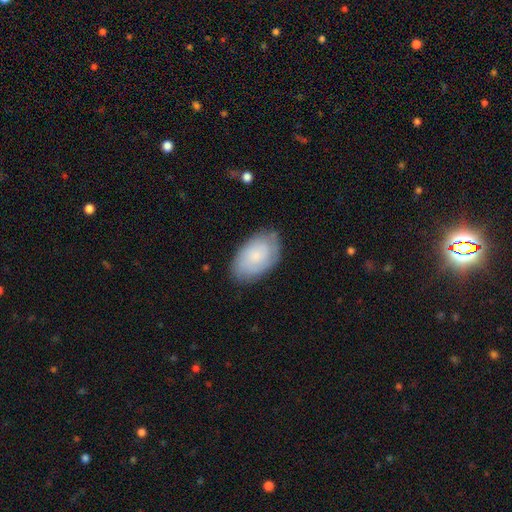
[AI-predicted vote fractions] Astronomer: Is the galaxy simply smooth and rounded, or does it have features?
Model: smooth — 64%.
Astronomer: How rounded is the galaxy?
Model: in between — 93%.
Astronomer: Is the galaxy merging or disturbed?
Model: none — 76%.